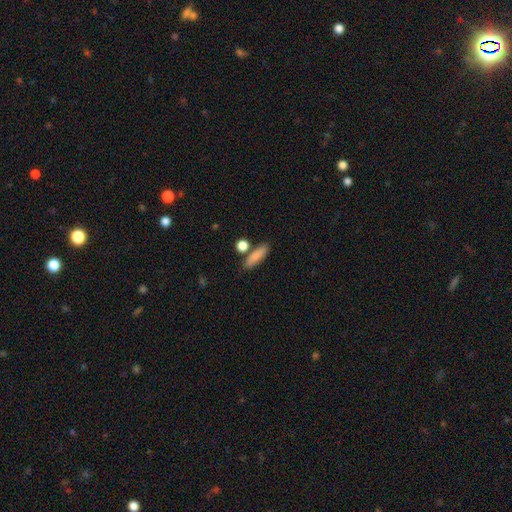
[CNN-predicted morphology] This is clearly a smooth galaxy (85%). How rounded: possibly cigar-shaped (48%). Merging: likely none (74%).